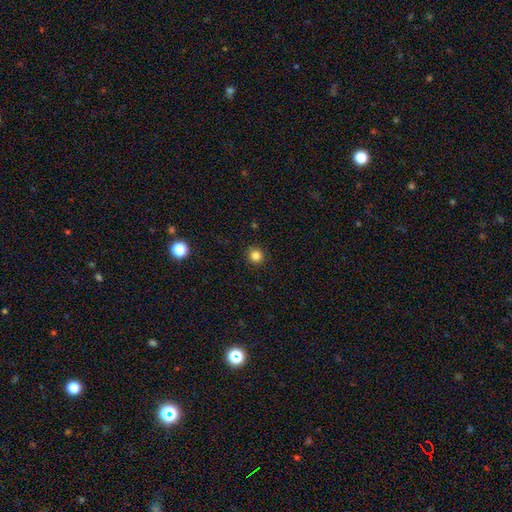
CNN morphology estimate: This appears to be a smooth galaxy with no disk features (83%) that is round (95%). Merging: none (92%).